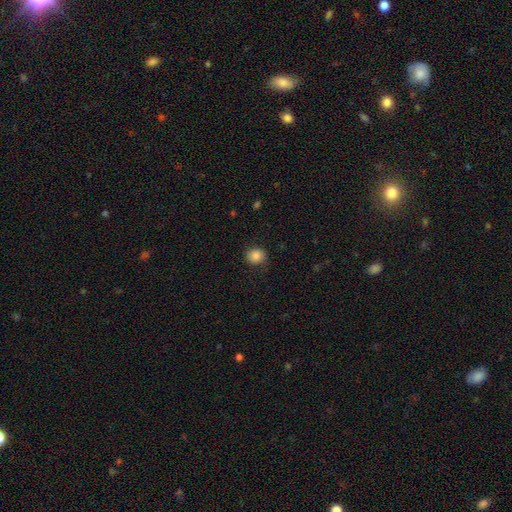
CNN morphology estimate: A smooth galaxy with no disk features (84%) that is round (78%).

Vote fractions:
- Smooth or featured? smooth: 84% / star or artifact: 10% / featured or disk: 6%
- How rounded? round: 78% / in between: 22% / cigar-shaped: 1%
- Merging? none: 82% / minor disturbance: 13% / major disturbance: 4% / merger: 1%